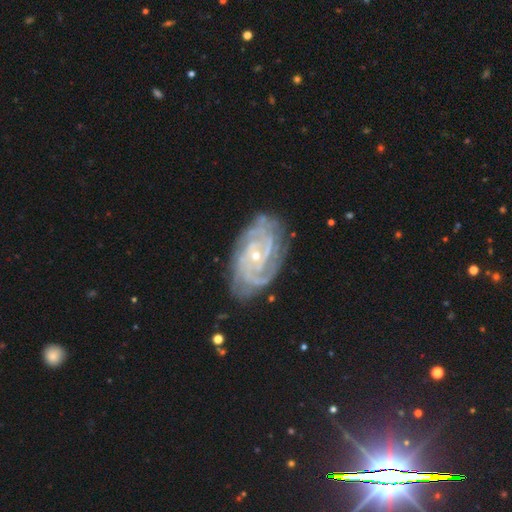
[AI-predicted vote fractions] This appears to be a featured or disk galaxy (91%) with no bar (66%), 2 (27%) tight (70%) spiral arms (98%) and a small central bulge (74%). Merging: none (76%).